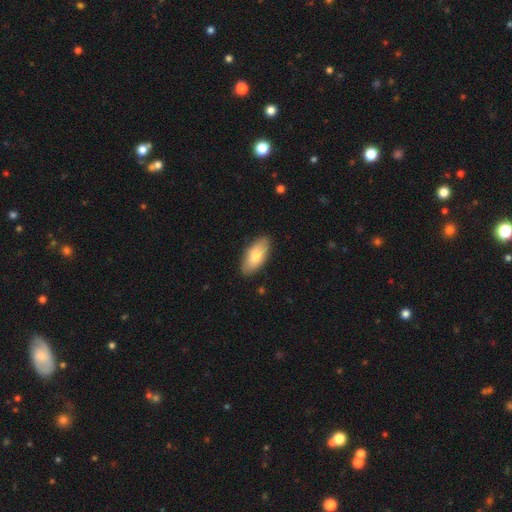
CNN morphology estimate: Overall: smooth (79%). How rounded: in between (89%). Merging: none (86%).